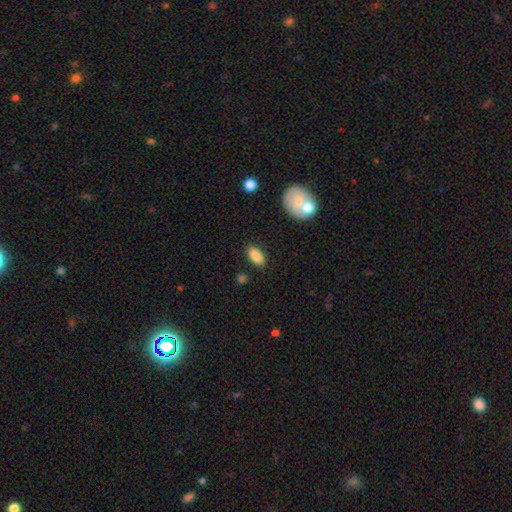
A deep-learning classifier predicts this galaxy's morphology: This appears to be a smooth galaxy with no disk features (86%) that is in between round and cigar-shaped (89%). Merging: none (85%).